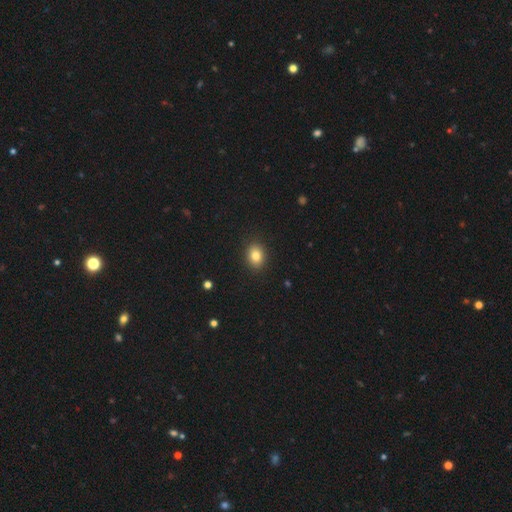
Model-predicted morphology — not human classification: Smooth or featured?
  - smooth: 82% *
  - star or artifact: 10%
  - featured or disk: 8%
How rounded?
  - in between: 55% *
  - round: 44%
  - cigar-shaped: 1%
Merging?
  - none: 90% *
  - minor disturbance: 7%
  - major disturbance: 2%
  - merger: 1%